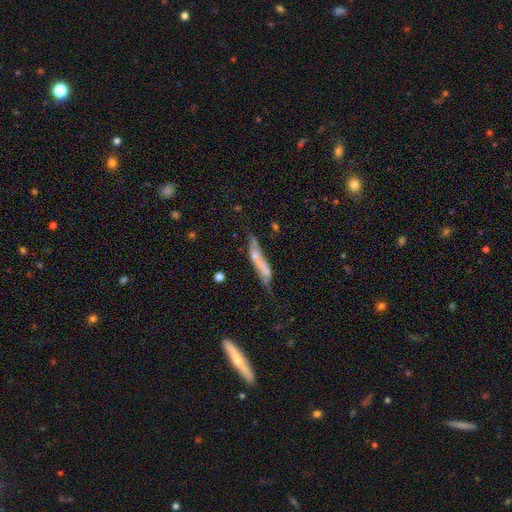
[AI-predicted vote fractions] This appears to be a featured or disk galaxy (52%) viewed edge-on (71%). Merging: none (51%).